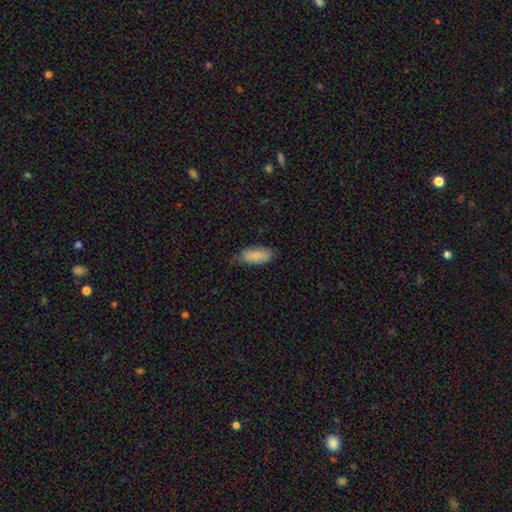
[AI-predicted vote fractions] Smooth or featured? Predicted: smooth (p=0.87). How rounded? Predicted: in between (p=0.85). Merging? Predicted: none (p=0.70).